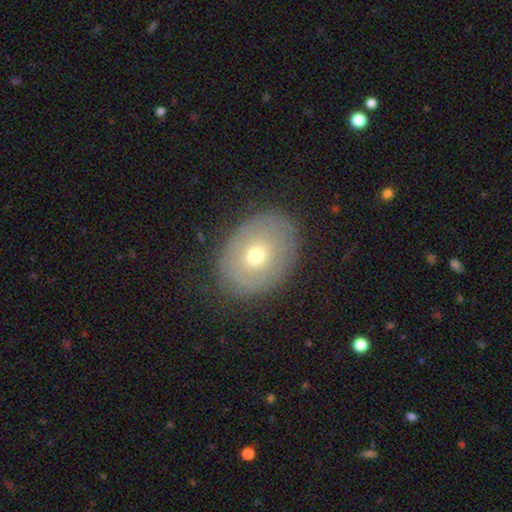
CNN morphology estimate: smooth-or-featured: smooth: 51% | featured or disk: 41% | star or artifact: 9%
  how-rounded: in between: 66% | round: 33% | cigar-shaped: 1%
  merging: none: 82% | minor disturbance: 13% | major disturbance: 4% | merger: 1%